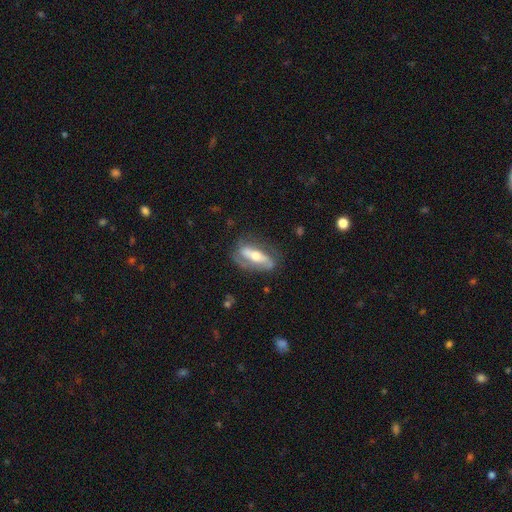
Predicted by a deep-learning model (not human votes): Q: Smooth or featured?
A: featured or disk (66%); runner-up: smooth (29%)
Q: Edge-on disk?
A: no (73%); runner-up: yes (27%)
Q: Merging?
A: none (63%); runner-up: minor disturbance (21%)